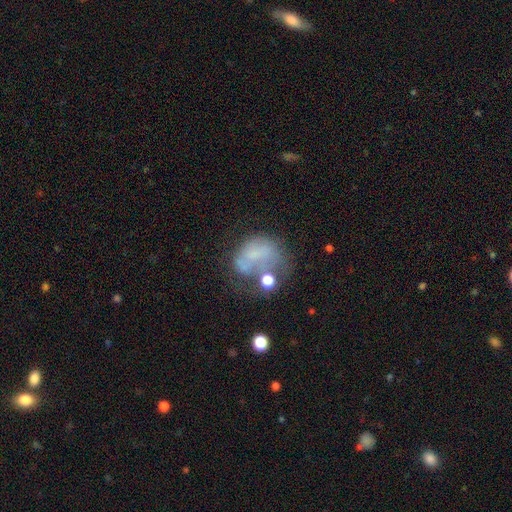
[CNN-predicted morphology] Smooth or featured?
  - smooth: 46% *
  - featured or disk: 38%
  - star or artifact: 16%
Merging?
  - major disturbance: 37% *
  - none: 26%
  - minor disturbance: 22%
  - merger: 15%